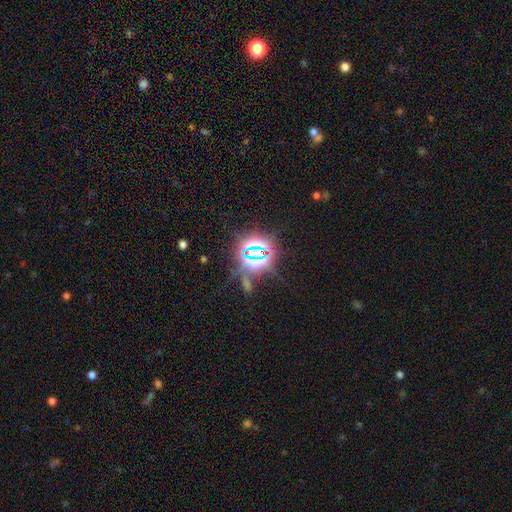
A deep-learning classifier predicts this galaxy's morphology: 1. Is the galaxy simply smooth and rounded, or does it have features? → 81% star or artifact, 11% smooth, 8% featured or disk.